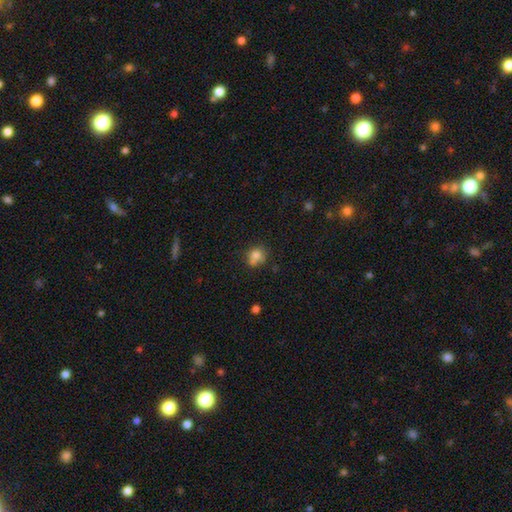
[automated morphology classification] Smooth or featured? Predicted: smooth (p=0.77). How rounded? Predicted: round (p=0.72). Merging? Predicted: none (p=0.54).